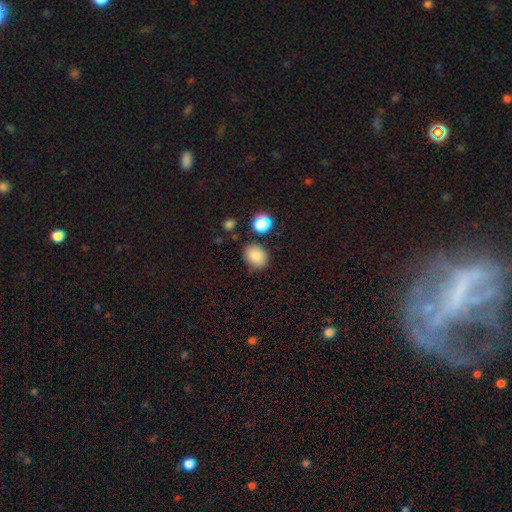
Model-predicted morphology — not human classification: Smooth or featured? Predicted: smooth (p=0.85). How rounded? Predicted: in between (p=0.52). Merging? Predicted: none (p=0.79).